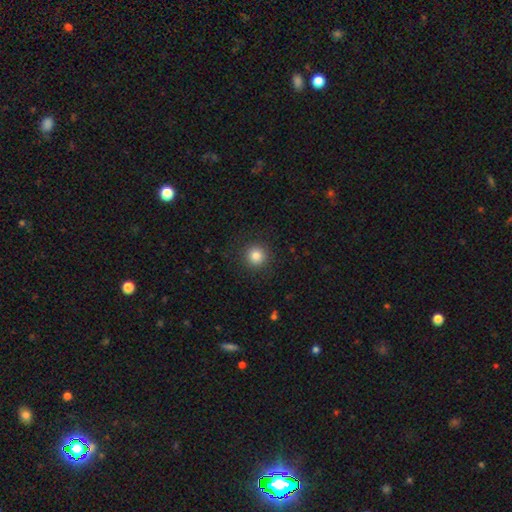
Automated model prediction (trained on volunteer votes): smooth_or_featured: smooth (p=0.83) [alt: star or artifact p=0.12]
how_rounded: round (p=0.95) [alt: in between p=0.04]
merging: none (p=0.91) [alt: minor disturbance p=0.06]